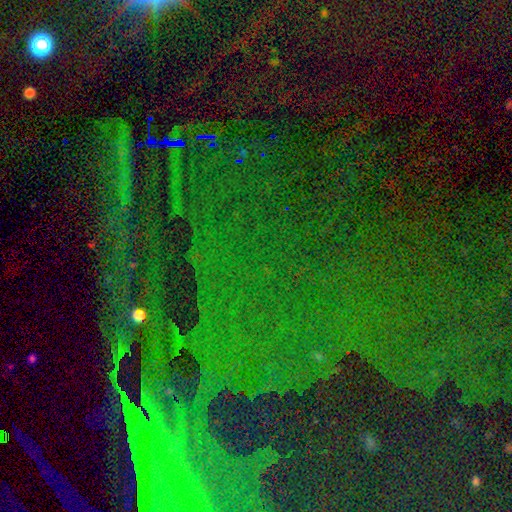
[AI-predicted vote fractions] star or artifact 84%, smooth 8%, featured or disk 8%.